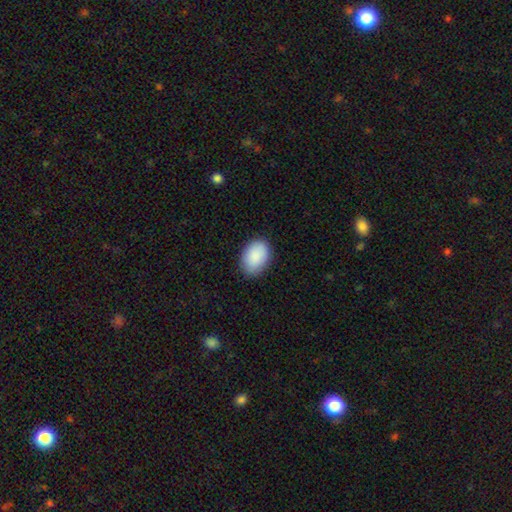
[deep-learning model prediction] smooth 90%, star or artifact 6%, featured or disk 4%. Down the decision tree: how rounded — in between (85%); merging — none (84%).